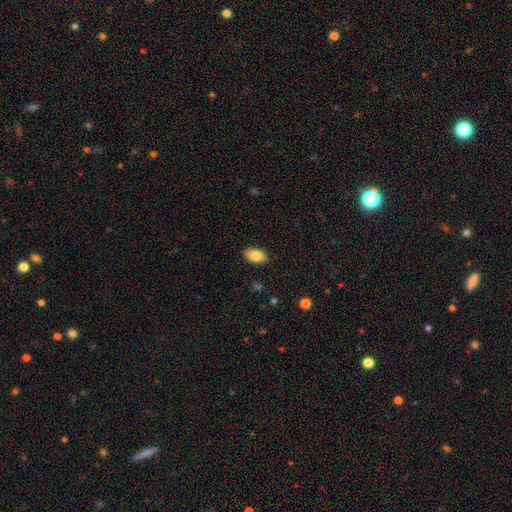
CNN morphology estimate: A smooth galaxy with no disk features (84%) that is in between round and cigar-shaped (92%).

Vote fractions:
- Smooth or featured? smooth: 84% / featured or disk: 9% / star or artifact: 7%
- How rounded? in between: 92% / round: 6% / cigar-shaped: 2%
- Merging? none: 88% / minor disturbance: 9% / major disturbance: 2% / merger: 1%